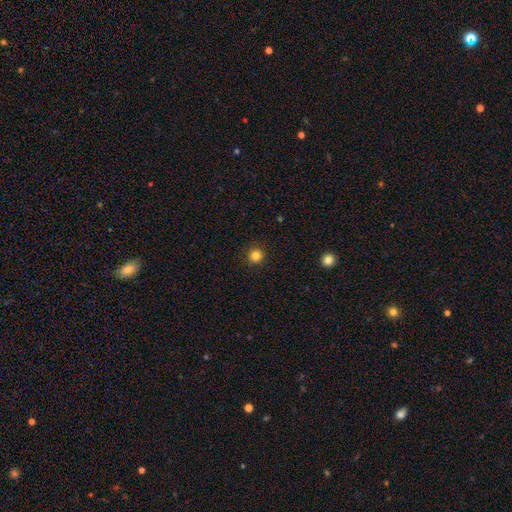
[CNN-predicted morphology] type=smooth (83%); roundness=round (94%); merging=none (92%).